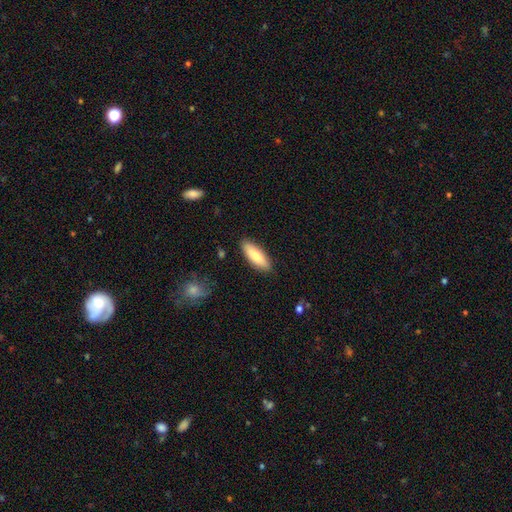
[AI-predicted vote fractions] Smooth or featured: smooth — 83% (featured or disk — 11%)
How rounded: in between — 61% (cigar-shaped — 37%)
Merging: none — 87% (minor disturbance — 9%)